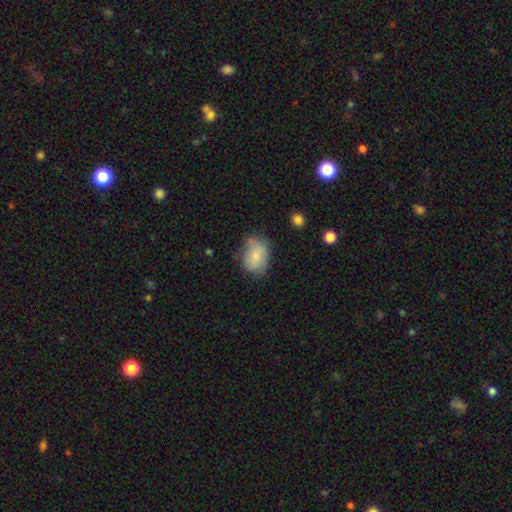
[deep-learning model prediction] smooth_or_featured: smooth (p=0.76) [alt: featured or disk p=0.17]
how_rounded: in between (p=0.73) [alt: round p=0.25]
merging: none (p=0.61) [alt: minor disturbance p=0.28]